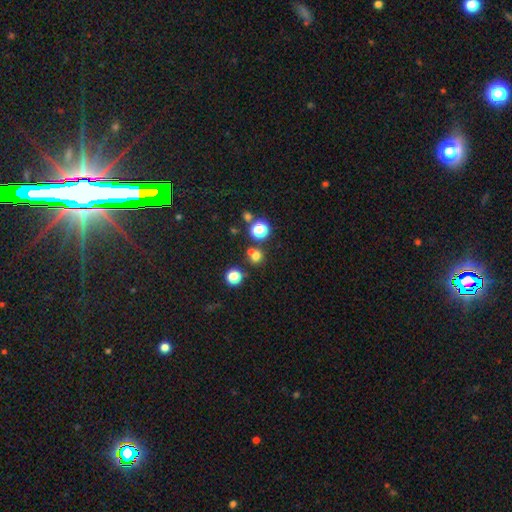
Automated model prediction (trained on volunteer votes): This is likely a smooth galaxy (68%). How rounded: clearly round (85%). Merging: likely none (64%).